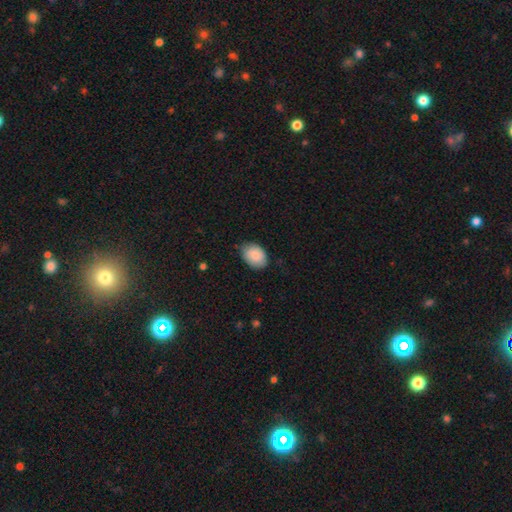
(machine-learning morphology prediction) This is clearly a smooth galaxy (85%). How rounded: likely in between (80%). Merging: likely none (77%).